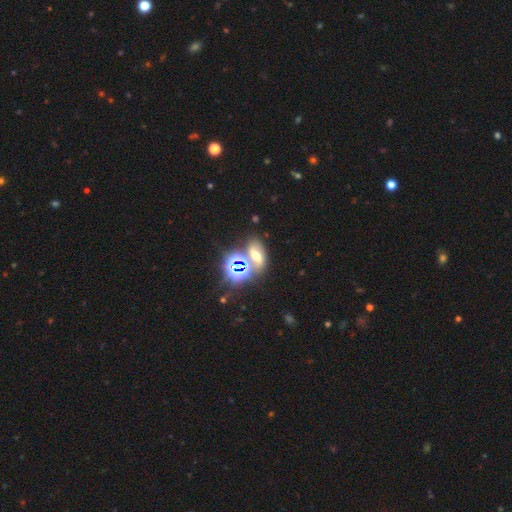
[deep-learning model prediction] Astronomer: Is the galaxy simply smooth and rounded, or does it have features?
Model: star or artifact — 43% (runner-up: smooth, 36%).